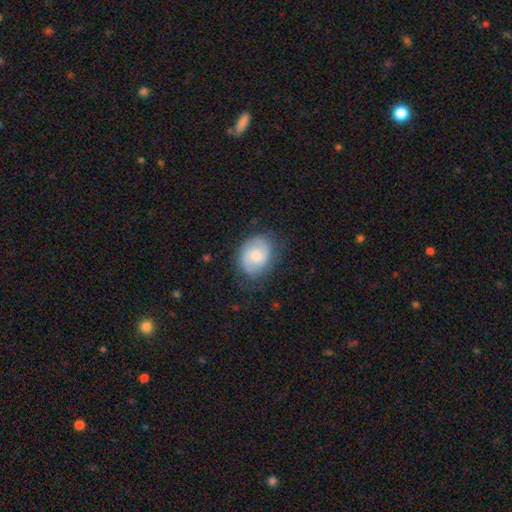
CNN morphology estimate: This is possibly a featured or disk galaxy (60%). It is clearly not viewed edge-on (98%). Bar: possibly no (59%). Spiral arm pattern: clearly yes (91%). Spiral arm count: clearly 2 (83%). Spiral winding: possibly medium (47%). Central bulge: marginally moderate (44%). Merging: likely none (74%).